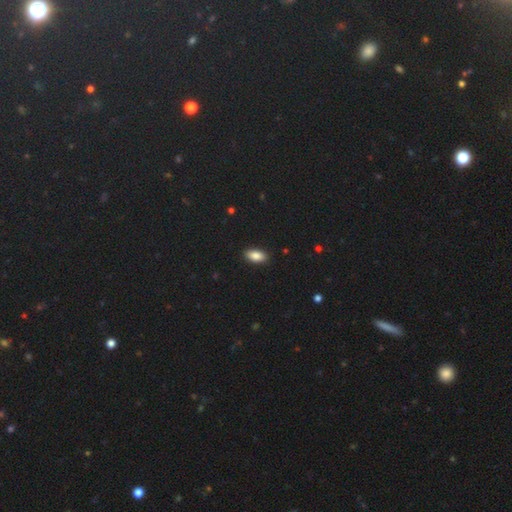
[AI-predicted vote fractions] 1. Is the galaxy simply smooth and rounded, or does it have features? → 86% smooth, 8% star or artifact, 6% featured or disk.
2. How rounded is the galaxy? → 91% in between, 6% cigar-shaped, 3% round.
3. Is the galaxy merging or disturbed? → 89% none, 8% minor disturbance, 2% major disturbance, 1% merger.